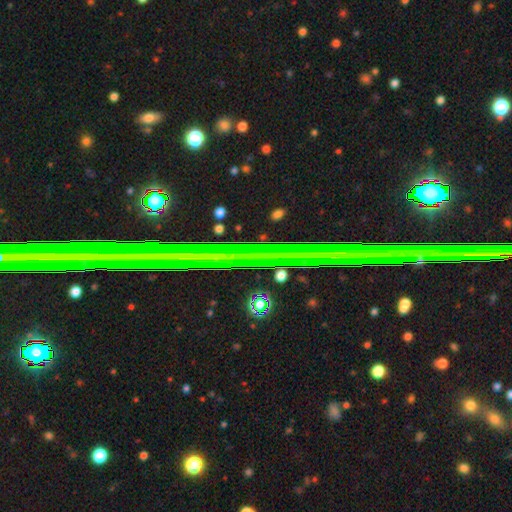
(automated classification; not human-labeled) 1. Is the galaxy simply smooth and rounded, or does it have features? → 70% star or artifact, 19% featured or disk, 12% smooth.